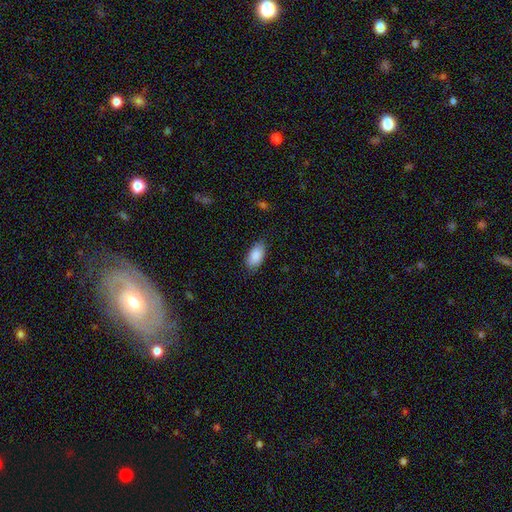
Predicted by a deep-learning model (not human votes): Smooth or featured: smooth — 88% (star or artifact — 6%)
How rounded: in between — 93% (cigar-shaped — 4%)
Merging: none — 80% (minor disturbance — 16%)